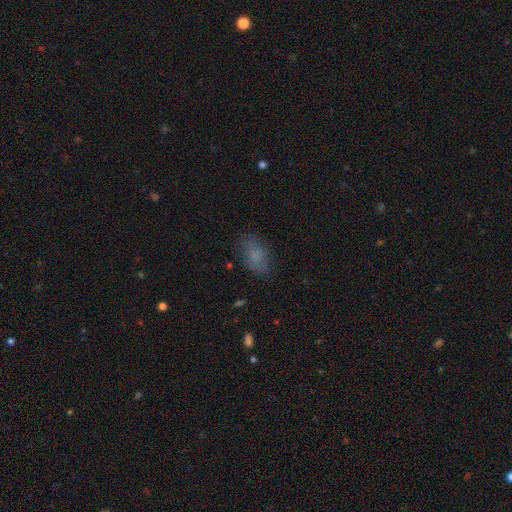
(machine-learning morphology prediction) Q: Smooth or featured?
A: smooth (76%); runner-up: featured or disk (13%)
Q: How rounded?
A: in between (88%); runner-up: round (10%)
Q: Merging?
A: none (71%); runner-up: minor disturbance (19%)